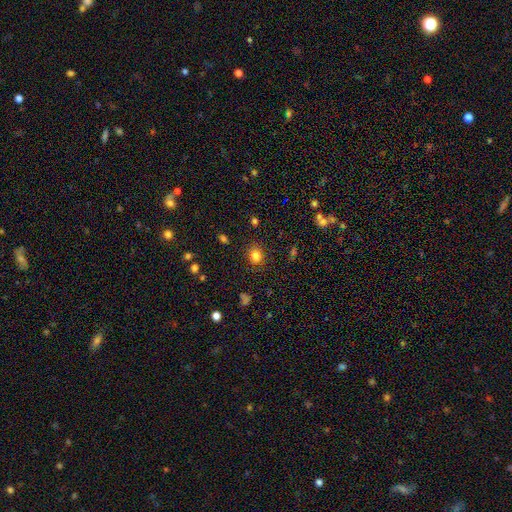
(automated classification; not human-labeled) A smooth galaxy with no disk features (81%) that is round (74%).

Vote fractions:
- Smooth or featured? smooth: 81% / star or artifact: 13% / featured or disk: 6%
- How rounded? round: 74% / in between: 25% / cigar-shaped: 1%
- Merging? none: 87% / minor disturbance: 9% / major disturbance: 3% / merger: 1%